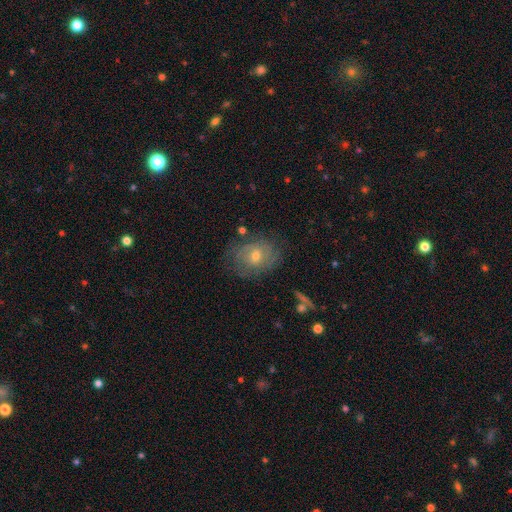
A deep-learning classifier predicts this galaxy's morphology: Smooth or featured? Predicted: featured or disk (p=0.57). Edge-on disk? Predicted: no (p=0.95). Bar? Predicted: no (p=0.70). Spiral arms? Predicted: yes (p=0.71). Bulge size? Predicted: moderate (p=0.53). Merging? Predicted: none (p=0.72).